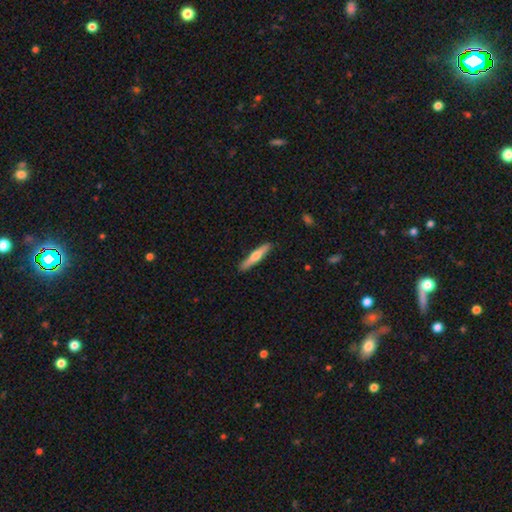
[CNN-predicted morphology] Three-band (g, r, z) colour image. It shows a smooth galaxy with no disk features (55%) that is cigar-shaped (90%). Merging: none (88%).